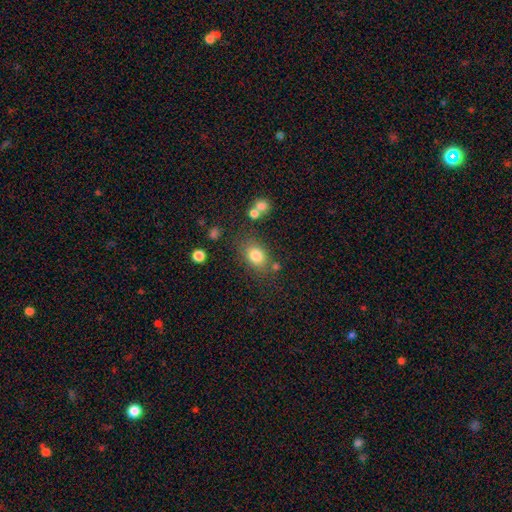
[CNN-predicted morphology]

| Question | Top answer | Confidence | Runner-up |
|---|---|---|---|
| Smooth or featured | smooth | 81% | star or artifact (11%) |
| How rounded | in between | 62% | round (37%) |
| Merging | none | 72% | minor disturbance (15%) |